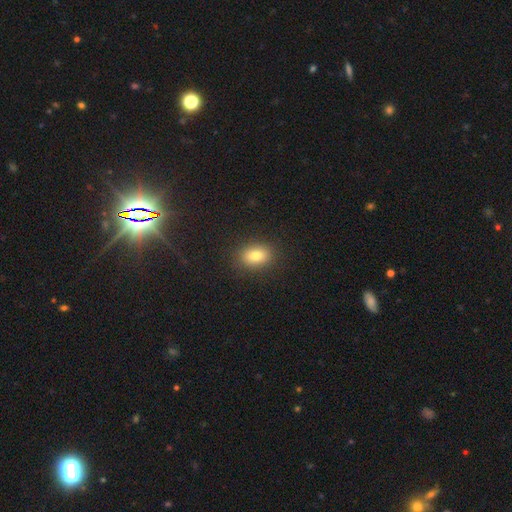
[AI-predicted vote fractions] smooth-or-featured: smooth: 81% | star or artifact: 11% | featured or disk: 8%
  how-rounded: in between: 66% | round: 33% | cigar-shaped: 1%
  merging: none: 89% | minor disturbance: 8% | major disturbance: 3% | merger: 1%